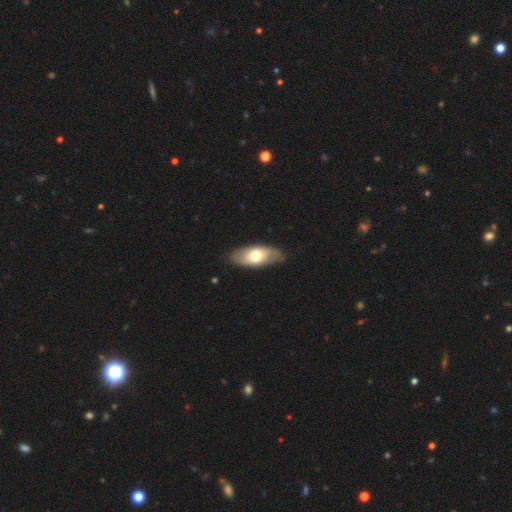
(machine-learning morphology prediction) A smooth galaxy with no disk features (62%) that is in between round and cigar-shaped (86%). Merging: none (80%).